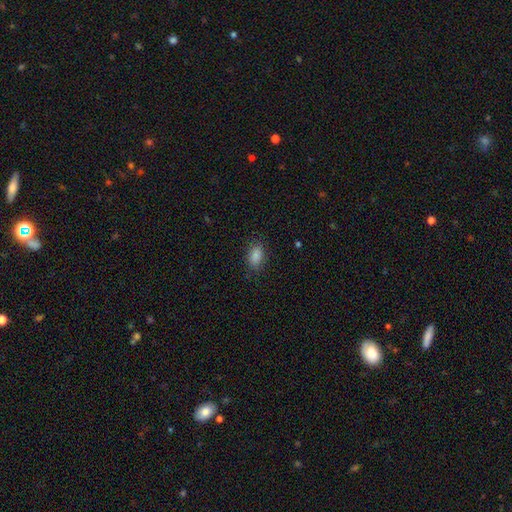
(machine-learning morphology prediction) smooth_or_featured: smooth (p=0.87) [alt: star or artifact p=0.09]
how_rounded: in between (p=0.90) [alt: round p=0.08]
merging: none (p=0.83) [alt: minor disturbance p=0.12]